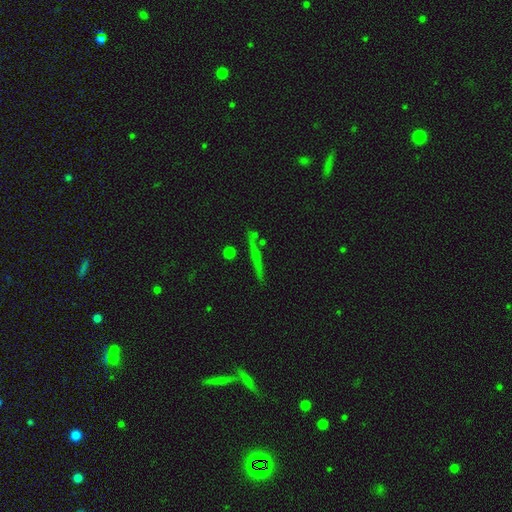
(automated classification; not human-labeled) This is marginally a star or artifact rather than a galaxy (43%).